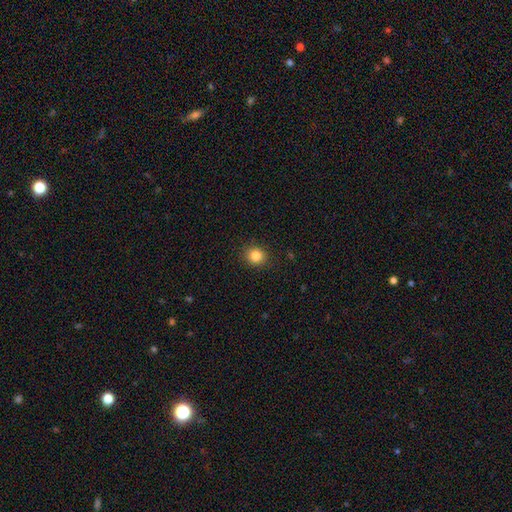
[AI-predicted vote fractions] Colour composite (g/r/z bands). It shows a smooth galaxy with no disk features (85%) that is round (83%). Merging: none (90%).